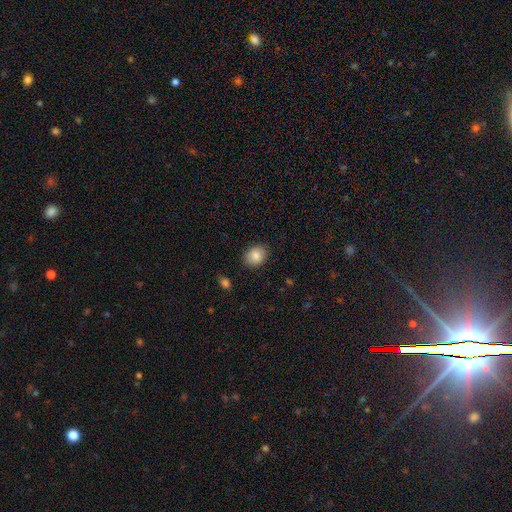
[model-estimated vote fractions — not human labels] Q: Smooth or featured?
A: smooth (86%); runner-up: star or artifact (8%)
Q: How rounded?
A: round (52%); runner-up: in between (48%)
Q: Merging?
A: none (87%); runner-up: minor disturbance (9%)